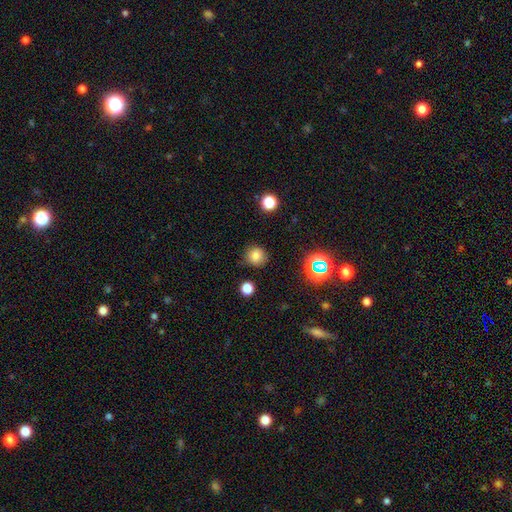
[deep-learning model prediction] A smooth galaxy with no disk features (78%) that is round (90%).

Vote fractions:
- Smooth or featured? smooth: 78% / star or artifact: 16% / featured or disk: 6%
- How rounded? round: 90% / in between: 9% / cigar-shaped: 1%
- Merging? none: 85% / minor disturbance: 10% / major disturbance: 3% / merger: 2%